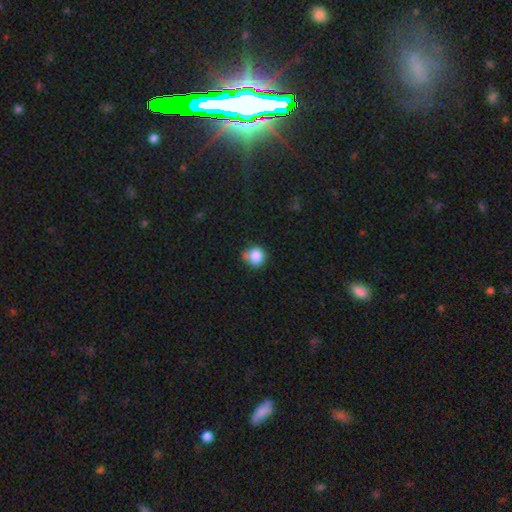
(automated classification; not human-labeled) Smooth or featured: smooth — 85% (star or artifact — 10%)
How rounded: round — 89% (in between — 10%)
Merging: none — 62% (minor disturbance — 22%)